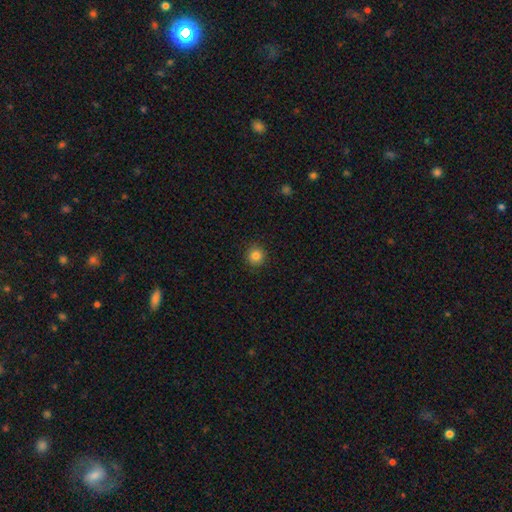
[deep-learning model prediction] Overall: smooth (84%). How rounded: round (95%). Merging: none (91%).